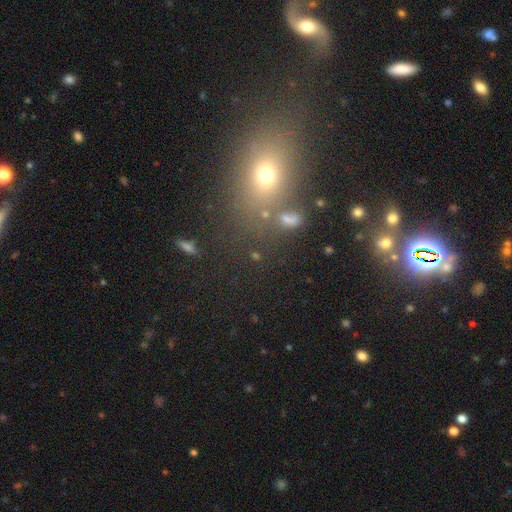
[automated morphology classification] Smooth or featured? smooth (49%)
Merging? none (69%)